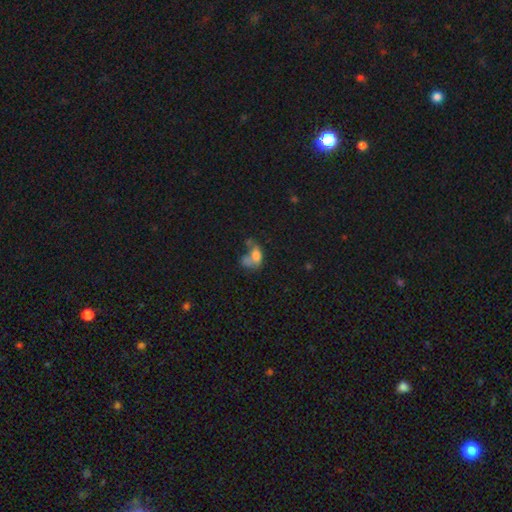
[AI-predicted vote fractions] The model was most divided on "merging": merger: 42%, major disturbance: 23%, none: 19%, minor disturbance: 15%. More confident: how rounded — in between (82%); smooth or featured — smooth (67%).